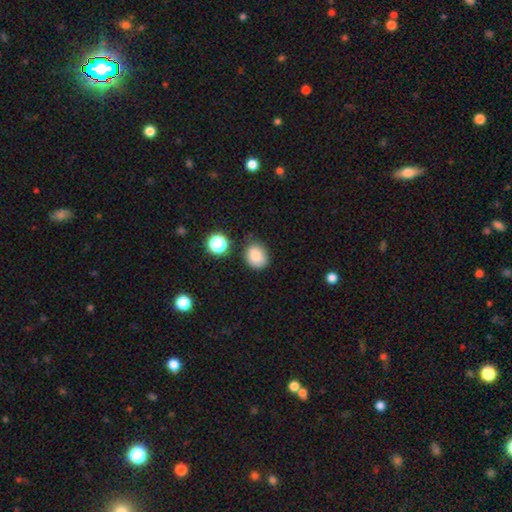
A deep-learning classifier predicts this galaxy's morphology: A smooth galaxy with no disk features (83%) that is in between round and cigar-shaped (54%).

Vote fractions:
- Smooth or featured? smooth: 83% / star or artifact: 11% / featured or disk: 6%
- How rounded? in between: 54% / round: 45% / cigar-shaped: 1%
- Merging? none: 70% / minor disturbance: 21% / major disturbance: 4% / merger: 4%